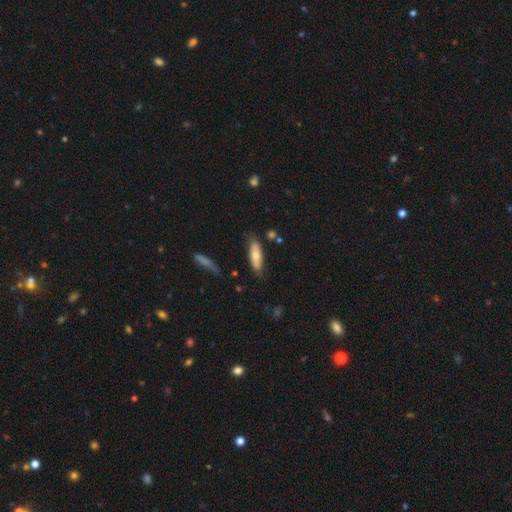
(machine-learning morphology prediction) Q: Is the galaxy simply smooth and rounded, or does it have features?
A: smooth — 66%.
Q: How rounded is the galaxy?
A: in between — 54%.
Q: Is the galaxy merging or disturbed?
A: none — 75%.